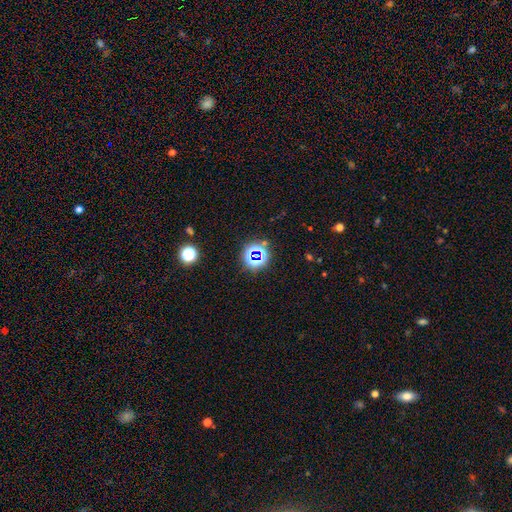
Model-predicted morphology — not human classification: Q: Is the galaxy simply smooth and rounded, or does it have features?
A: star or artifact — 74%.